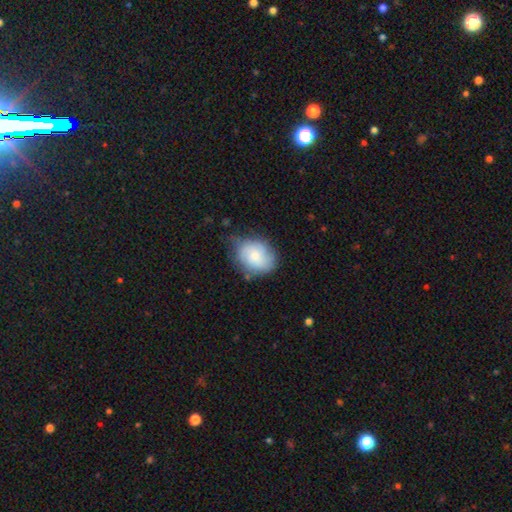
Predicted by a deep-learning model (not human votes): Q: Smooth or featured?
A: smooth (65%); runner-up: featured or disk (28%)
Q: How rounded?
A: round (53%); runner-up: in between (46%)
Q: Merging?
A: none (57%); runner-up: minor disturbance (31%)